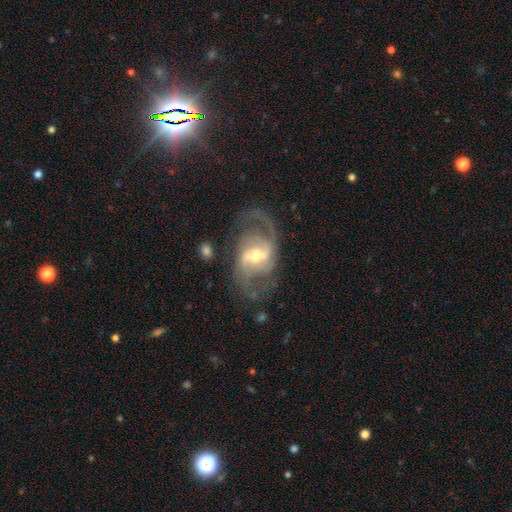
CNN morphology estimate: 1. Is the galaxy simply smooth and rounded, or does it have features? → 86% featured or disk, 8% smooth, 6% star or artifact.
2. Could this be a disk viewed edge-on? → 96% no, 4% yes.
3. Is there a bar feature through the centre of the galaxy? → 46% weak, 40% strong, 14% no.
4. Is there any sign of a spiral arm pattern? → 93% yes, 7% no.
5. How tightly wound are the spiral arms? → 47% medium, 40% loose, 13% tight.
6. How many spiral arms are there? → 82% 2, 7% can't tell, 5% 3, 3% 1, 2% 4, 2% more than 4.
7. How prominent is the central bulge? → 56% moderate, 34% small, 7% large, 2% none, 1% dominant.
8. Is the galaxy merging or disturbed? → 65% none, 17% minor disturbance, 15% major disturbance, 3% merger.